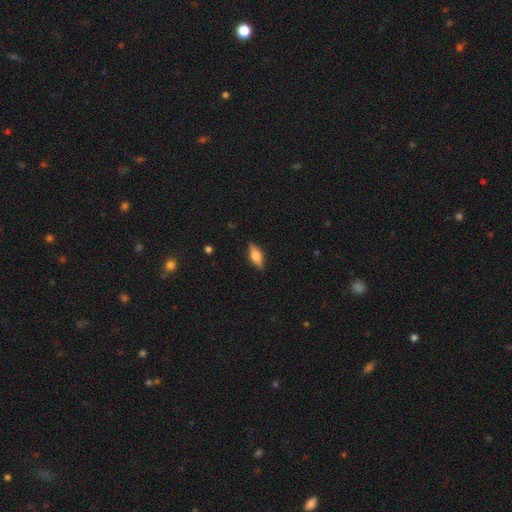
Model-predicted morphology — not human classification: type=smooth (62%); roundness=in between (70%); merging=none (86%).